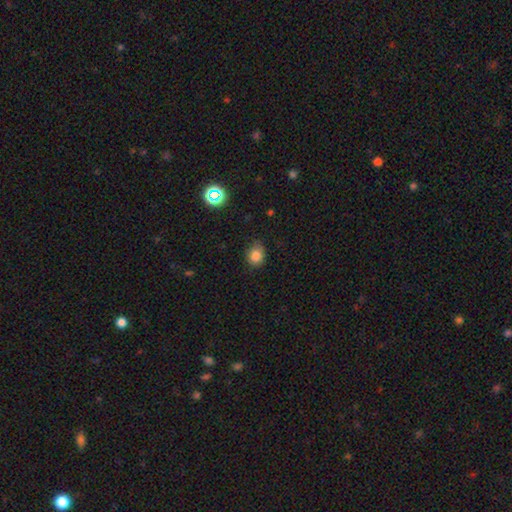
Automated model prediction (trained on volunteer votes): Smooth or featured? Predicted: smooth (p=0.82). How rounded? Predicted: round (p=0.58). Merging? Predicted: none (p=0.75).